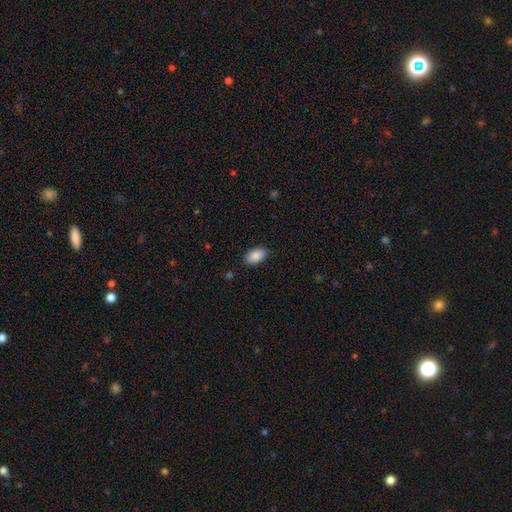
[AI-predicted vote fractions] Morphology: type=smooth (87%); roundness=in between (93%); merging=none (85%).